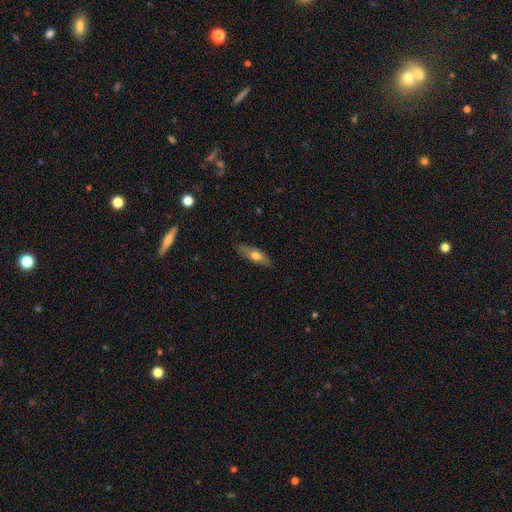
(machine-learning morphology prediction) This is likely a smooth galaxy (63%). How rounded: possibly in between (54%). Merging: clearly none (82%).